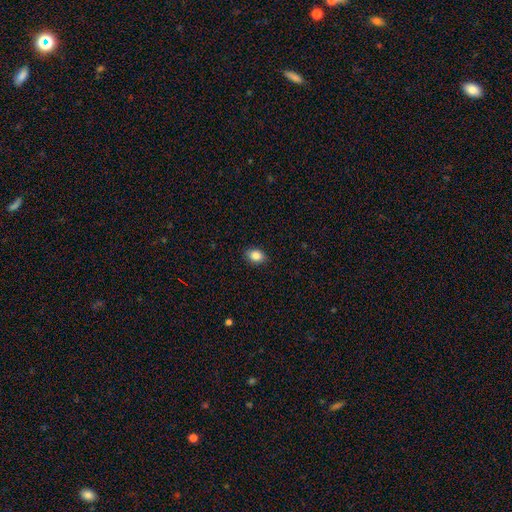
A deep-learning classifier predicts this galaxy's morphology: Overall: smooth (86%). How rounded: in between (72%). Merging: none (88%).